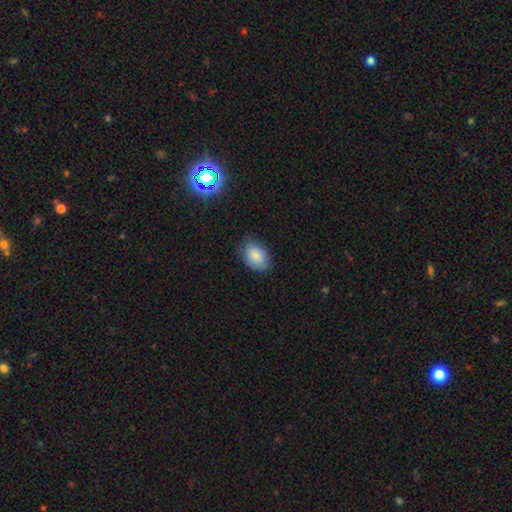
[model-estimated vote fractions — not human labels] smooth 83%, featured or disk 10%, star or artifact 8%. Down the decision tree: how rounded — in between (83%); merging — none (71%).